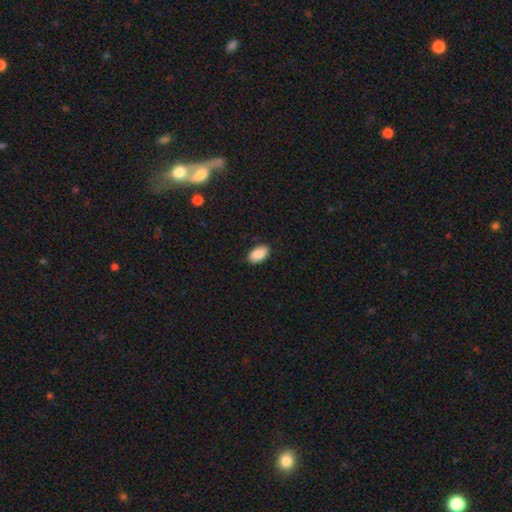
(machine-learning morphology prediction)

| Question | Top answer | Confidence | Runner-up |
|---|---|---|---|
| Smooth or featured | smooth | 90% | star or artifact (7%) |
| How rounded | in between | 94% | round (4%) |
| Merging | none | 86% | minor disturbance (10%) |